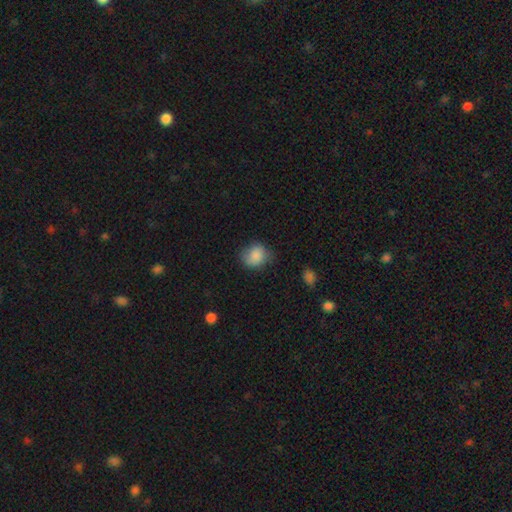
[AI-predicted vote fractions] A smooth galaxy with no disk features (84%) that is round (68%).

Vote fractions:
- Smooth or featured? smooth: 84% / star or artifact: 8% / featured or disk: 8%
- How rounded? round: 68% / in between: 31% / cigar-shaped: 1%
- Merging? none: 67% / minor disturbance: 25% / major disturbance: 7% / merger: 2%